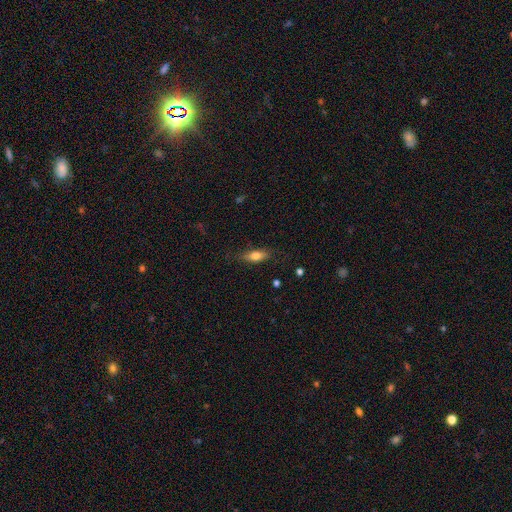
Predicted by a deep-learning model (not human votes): A smooth galaxy with no disk features (68%) that is in between round and cigar-shaped (60%). Merging: none (78%).